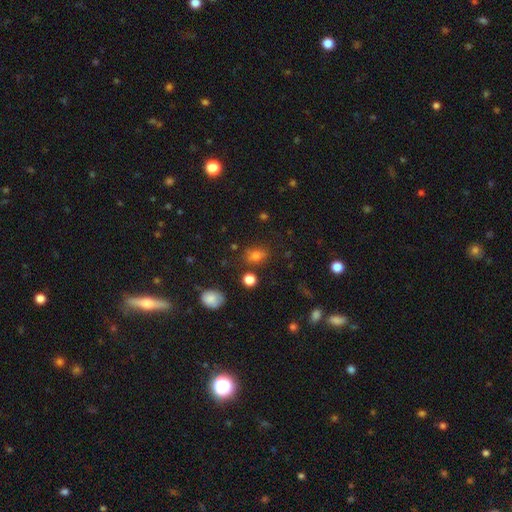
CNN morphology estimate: Smooth or featured? Predicted: smooth (p=0.74). How rounded? Predicted: in between (p=0.57). Merging? Predicted: none (p=0.78).